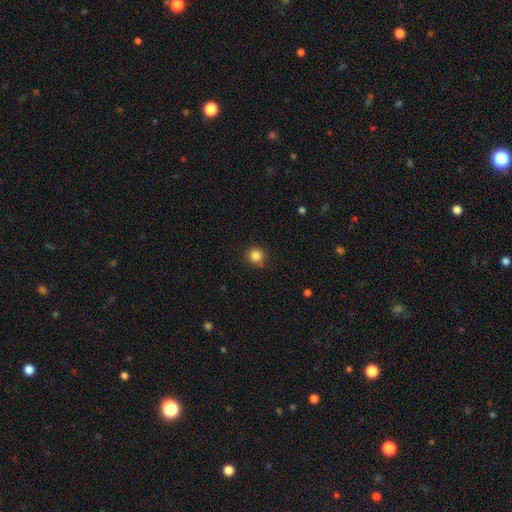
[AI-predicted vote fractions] smooth-or-featured: smooth: 85% | star or artifact: 11% | featured or disk: 4%
  how-rounded: round: 90% | in between: 9% | cigar-shaped: 1%
  merging: none: 83% | minor disturbance: 13% | major disturbance: 3% | merger: 1%